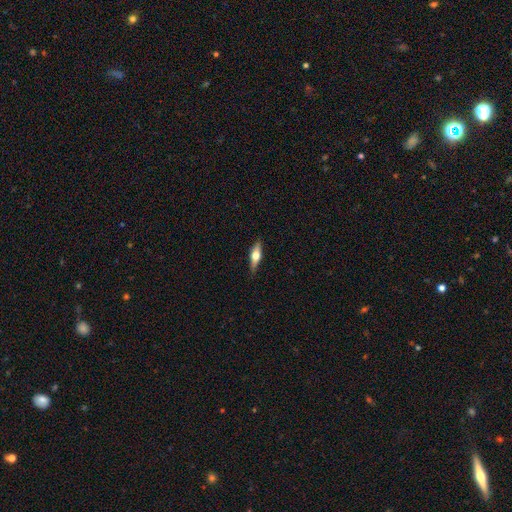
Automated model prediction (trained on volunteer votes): smooth_or_featured: featured or disk (p=0.54) [alt: smooth p=0.40]
disk_edge_on: yes (p=0.93) [alt: no p=0.07]
edge_on_bulge: rounded (p=0.94) [alt: boxy p=0.04]
merging: none (p=0.86) [alt: minor disturbance p=0.11]